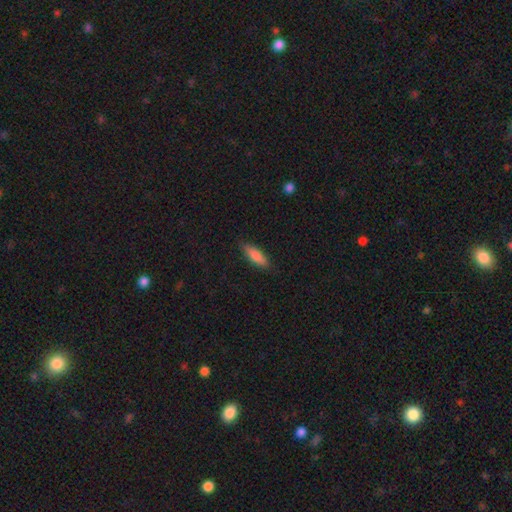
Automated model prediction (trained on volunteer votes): smooth_or_featured: smooth (p=0.82) [alt: featured or disk p=0.12]
how_rounded: cigar-shaped (p=0.49) [tied with: in between p=0.49]
merging: none (p=0.85) [alt: minor disturbance p=0.12]